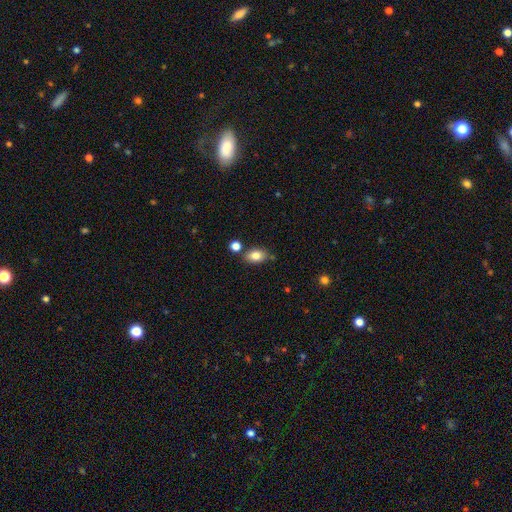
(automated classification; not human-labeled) Morphology: type=smooth (82%); roundness=in between (82%); merging=none (74%).